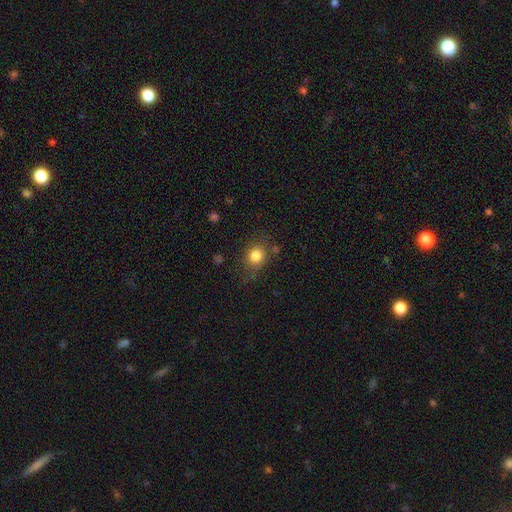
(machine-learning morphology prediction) Overall: smooth (83%). How rounded: round (70%). Merging: none (75%).